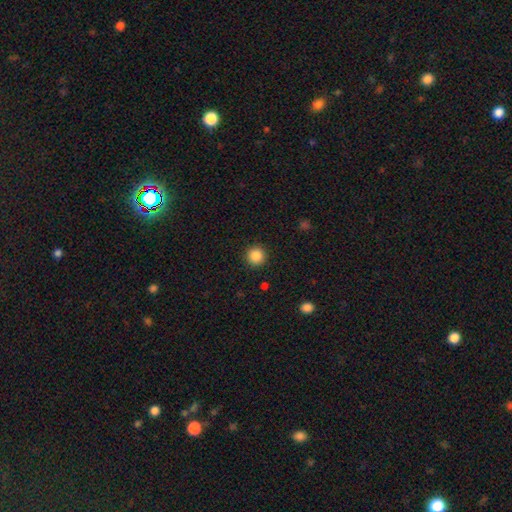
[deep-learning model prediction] Smooth or featured? smooth (86%)
How rounded? round (95%)
Merging? none (92%)